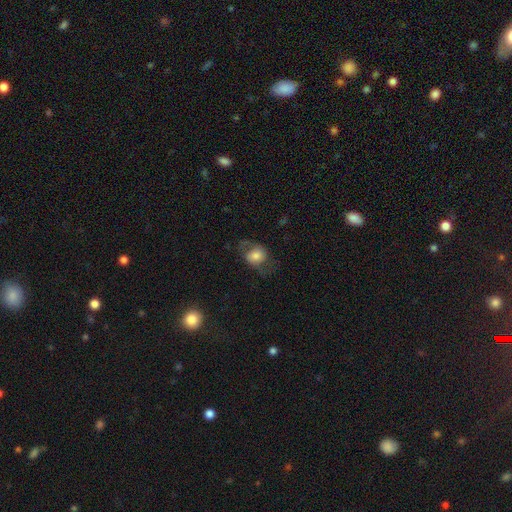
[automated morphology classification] smooth 52%, featured or disk 39%, star or artifact 9%. Down the decision tree: how rounded — round (58%); merging — none (59%).